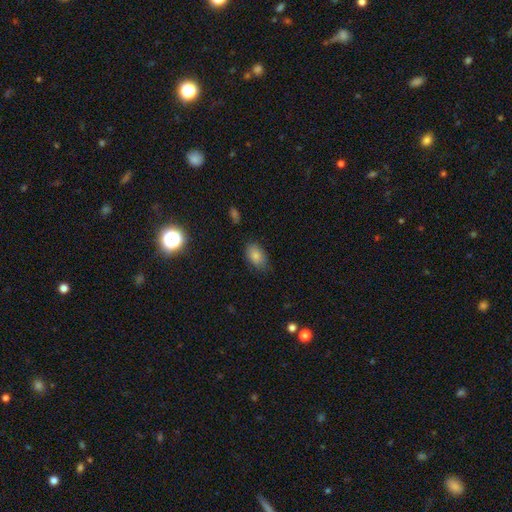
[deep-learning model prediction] Smooth or featured?
  - smooth: 81% *
  - star or artifact: 10%
  - featured or disk: 9%
How rounded?
  - in between: 87% *
  - round: 11%
  - cigar-shaped: 1%
Merging?
  - none: 78% *
  - minor disturbance: 18%
  - major disturbance: 4%
  - merger: 1%